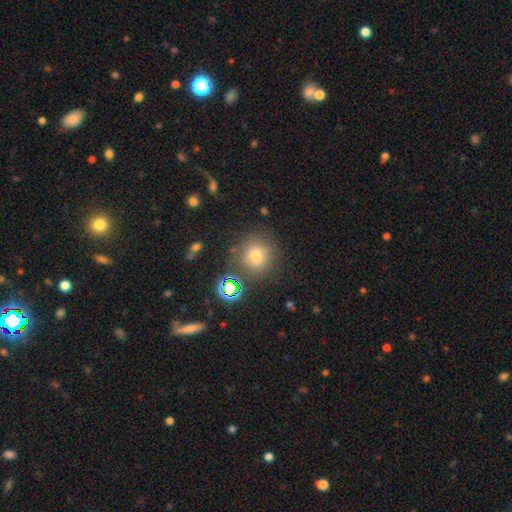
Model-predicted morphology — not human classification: smooth 70%, star or artifact 20%, featured or disk 10%. Down the decision tree: how rounded — round (90%); merging — none (80%).